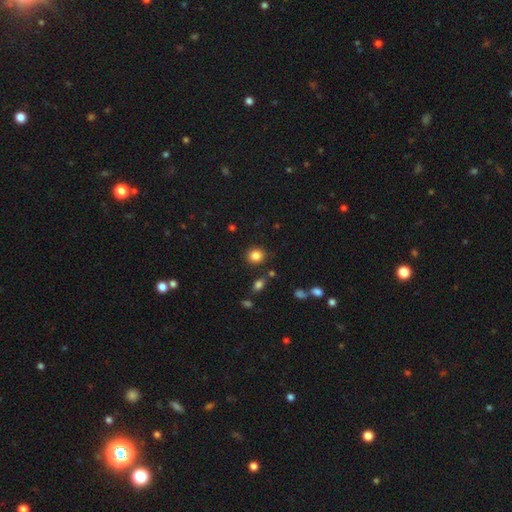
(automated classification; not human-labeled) Overall: smooth (85%). How rounded: round (82%). Merging: none (86%).